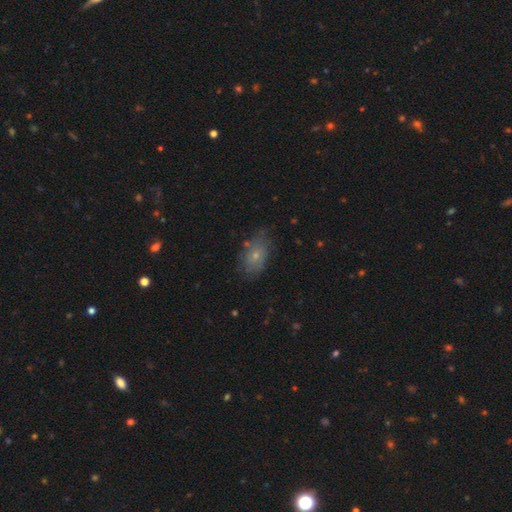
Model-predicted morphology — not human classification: This is likely a smooth galaxy (62%). How rounded: clearly in between (83%). Merging: likely none (64%).